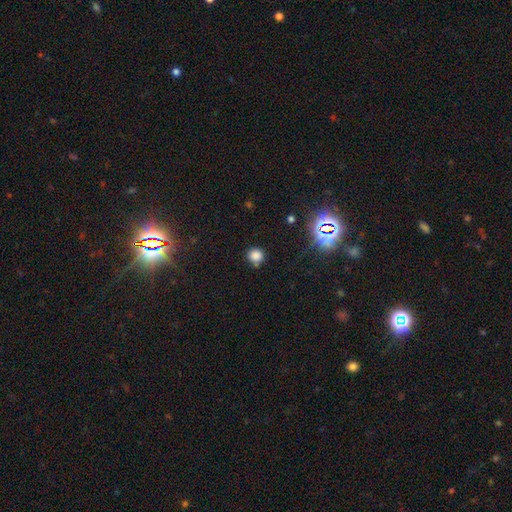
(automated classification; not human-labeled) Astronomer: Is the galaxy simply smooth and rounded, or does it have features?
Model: smooth — 78%.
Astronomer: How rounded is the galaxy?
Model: round — 90%.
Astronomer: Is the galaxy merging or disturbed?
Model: none — 75%.